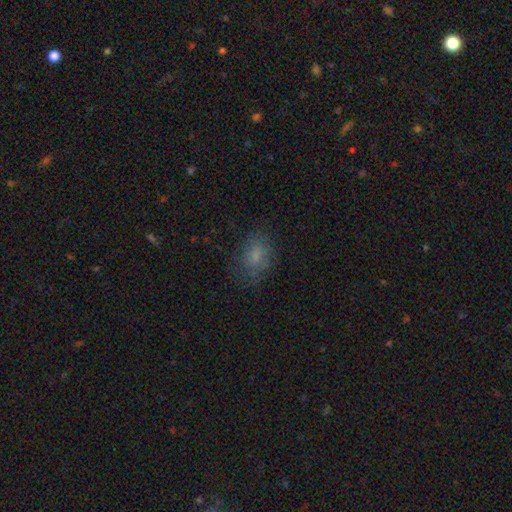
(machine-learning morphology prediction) type=smooth (72%); roundness=in between (70%); merging=none (68%).